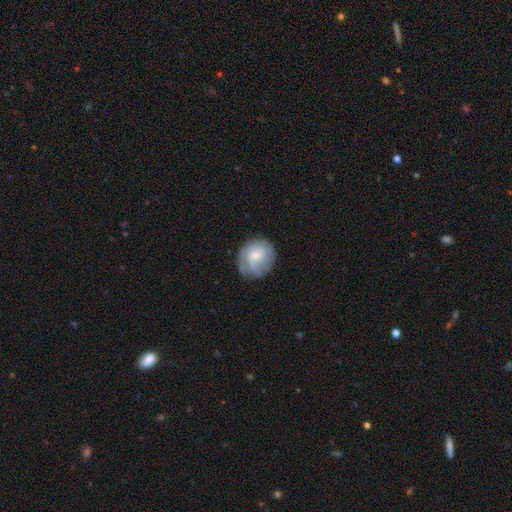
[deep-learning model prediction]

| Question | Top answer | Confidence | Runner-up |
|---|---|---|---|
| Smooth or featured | featured or disk | 48% | smooth (45%) |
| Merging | none | 66% | minor disturbance (22%) |